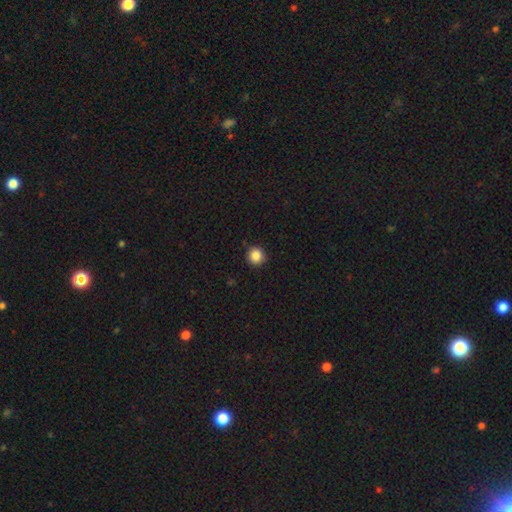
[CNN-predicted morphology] smooth_or_featured: smooth (p=0.86) [alt: star or artifact p=0.10]
how_rounded: round (p=0.95) [alt: in between p=0.04]
merging: none (p=0.89) [alt: minor disturbance p=0.08]